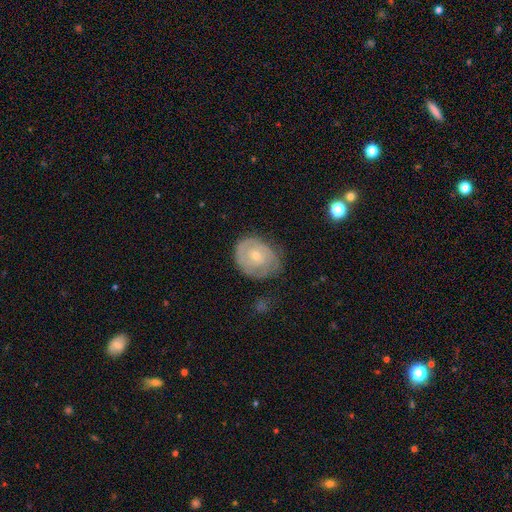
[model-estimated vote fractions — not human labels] Smooth or featured?
  - featured or disk: 73% *
  - smooth: 22%
  - star or artifact: 6%
Edge-on disk?
  - no: 97% *
  - yes: 3%
Bar?
  - no: 73% *
  - weak: 23%
  - strong: 4%
Spiral arms?
  - yes: 87% *
  - no: 13%
Spiral winding?
  - tight: 68% *
  - medium: 25%
  - loose: 7%
Spiral arm count?
  - 2: 46% *
  - can't tell: 30%
  - 3: 10%
  - 1: 9%
  - 4: 3%
  - more than 4: 3%
Bulge size?
  - small: 65% *
  - moderate: 31%
  - none: 2%
  - large: 1%
  - dominant: 1%
Merging?
  - none: 66% *
  - minor disturbance: 24%
  - major disturbance: 8%
  - merger: 1%